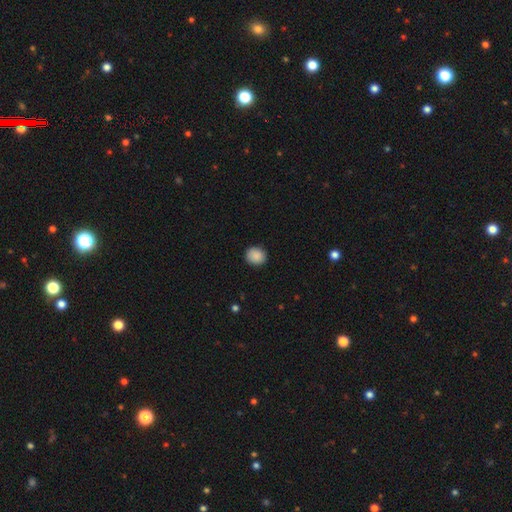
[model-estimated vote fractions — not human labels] Overall: smooth (88%). How rounded: round (79%). Merging: none (90%).